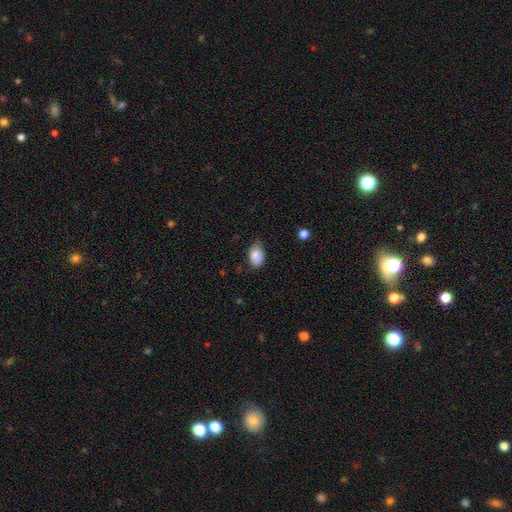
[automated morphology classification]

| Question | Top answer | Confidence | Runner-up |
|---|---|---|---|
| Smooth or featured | smooth | 85% | featured or disk (8%) |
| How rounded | in between | 87% | round (11%) |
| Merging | none | 69% | minor disturbance (26%) |